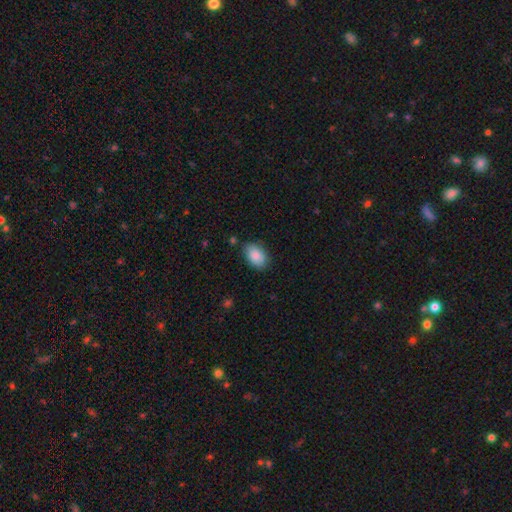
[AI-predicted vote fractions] The model was most divided on "merging": none: 81%, minor disturbance: 14%, major disturbance: 3%, merger: 2%. More confident: how rounded — in between (90%); smooth or featured — smooth (88%).